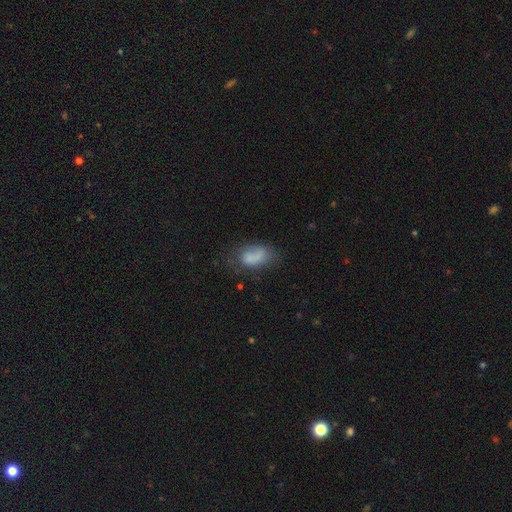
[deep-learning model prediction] The model was most divided on "merging": none: 47%, minor disturbance: 26%, major disturbance: 18%, merger: 8%. More confident: how rounded — in between (88%); smooth or featured — smooth (70%).